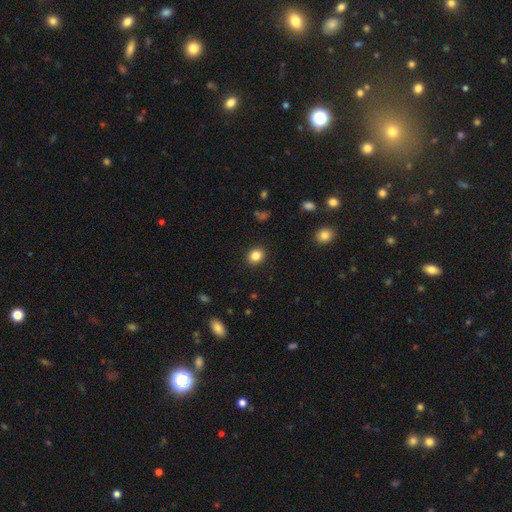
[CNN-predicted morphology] type=smooth (84%); roundness=round (69%); merging=none (91%).